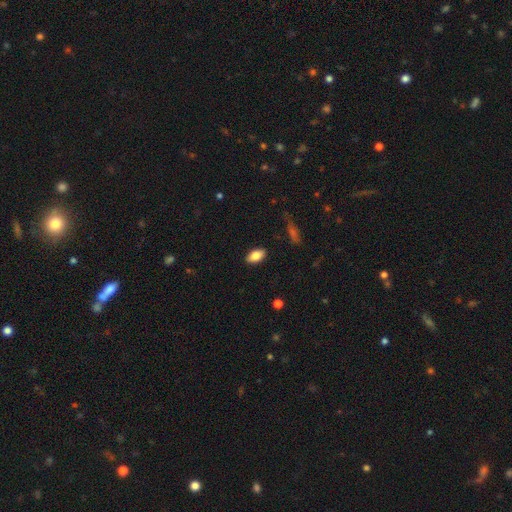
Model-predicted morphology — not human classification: A smooth galaxy with no disk features (82%) that is in between round and cigar-shaped (91%). Merging: none (88%).